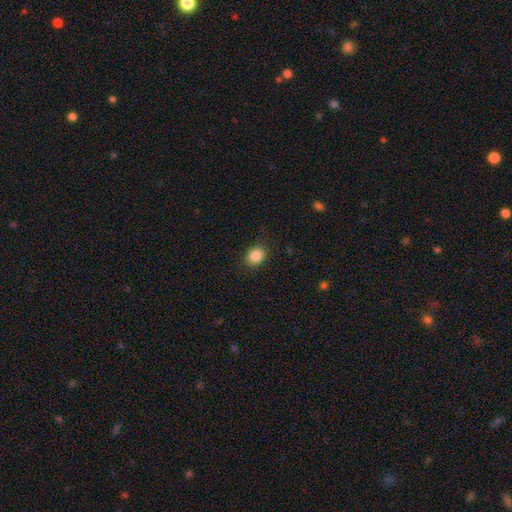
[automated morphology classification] Smooth or featured? Predicted: smooth (p=0.86). How rounded? Predicted: round (p=0.58). Merging? Predicted: none (p=0.87).